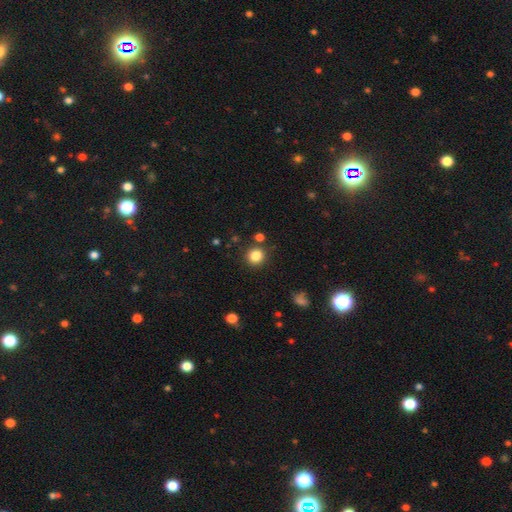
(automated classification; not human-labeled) A smooth galaxy with no disk features (84%) that is round (90%). Merging: none (85%).